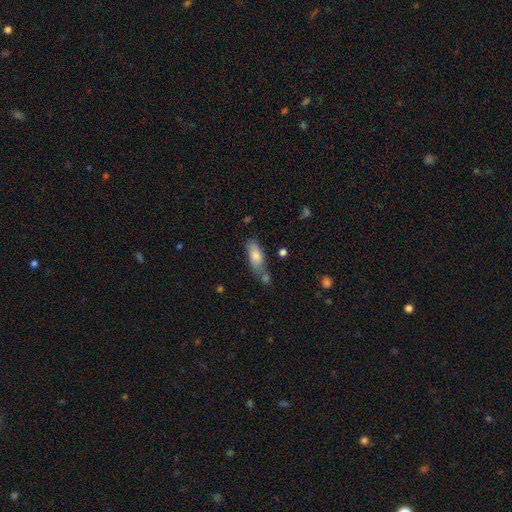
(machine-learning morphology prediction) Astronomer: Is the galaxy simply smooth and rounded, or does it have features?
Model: smooth — 78%.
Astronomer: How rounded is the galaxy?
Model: in between — 70%.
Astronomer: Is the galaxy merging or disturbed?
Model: none — 49%.